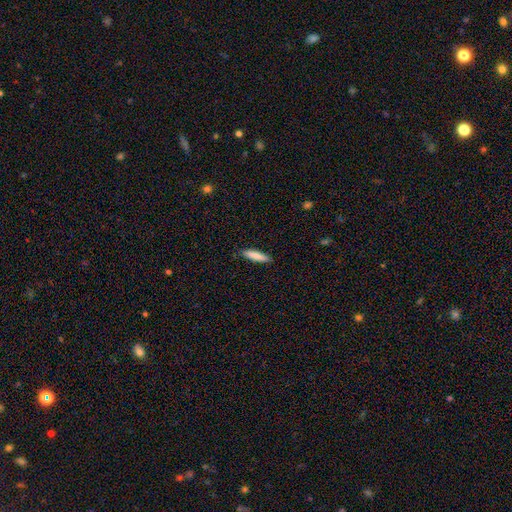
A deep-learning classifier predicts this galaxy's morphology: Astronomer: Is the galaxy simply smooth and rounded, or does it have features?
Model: smooth — 84%.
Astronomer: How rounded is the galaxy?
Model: cigar-shaped — 81%.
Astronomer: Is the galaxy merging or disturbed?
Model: none — 89%.